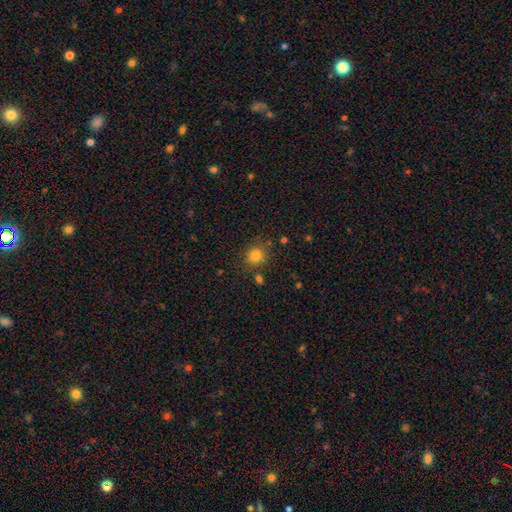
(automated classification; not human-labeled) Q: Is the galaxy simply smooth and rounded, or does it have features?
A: smooth — 82%.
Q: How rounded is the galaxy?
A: round — 87%.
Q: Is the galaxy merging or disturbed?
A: none — 81%.